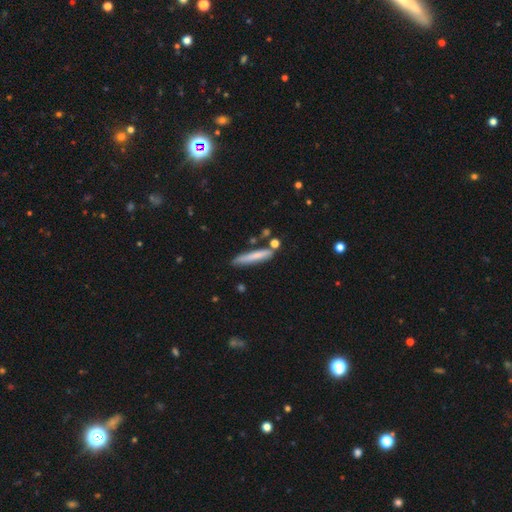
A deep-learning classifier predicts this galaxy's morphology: Smooth or featured? Predicted: smooth (p=0.71). How rounded? Predicted: cigar-shaped (p=0.91). Merging? Predicted: none (p=0.74).